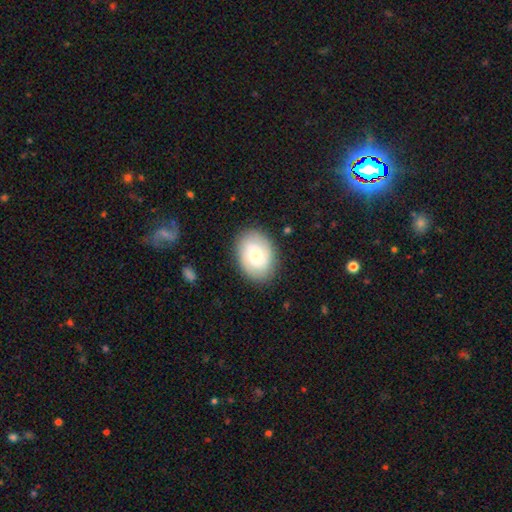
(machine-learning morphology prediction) A smooth galaxy with no disk features (53%) that is in between round and cigar-shaped (70%). Merging: none (85%).